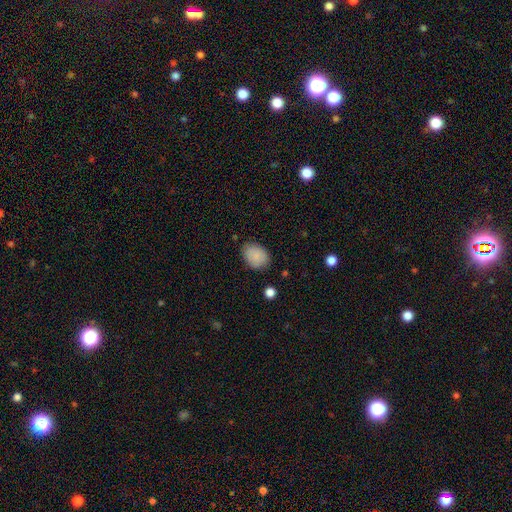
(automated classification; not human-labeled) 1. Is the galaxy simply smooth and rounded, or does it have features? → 87% smooth, 8% star or artifact, 5% featured or disk.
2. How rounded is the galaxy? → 68% in between, 31% round, 1% cigar-shaped.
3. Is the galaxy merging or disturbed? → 78% none, 17% minor disturbance, 4% major disturbance, 2% merger.